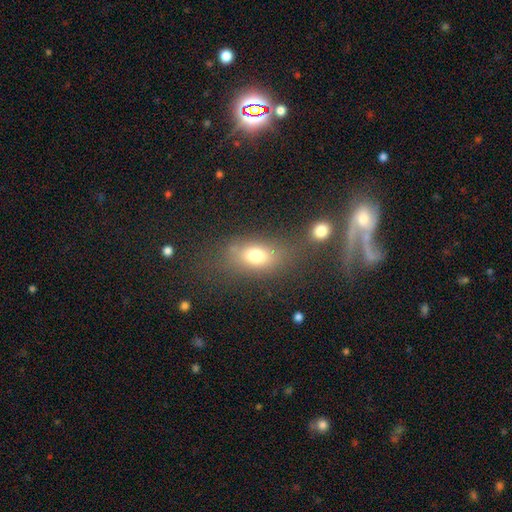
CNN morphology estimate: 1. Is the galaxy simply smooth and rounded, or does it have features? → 73% smooth, 14% featured or disk, 13% star or artifact.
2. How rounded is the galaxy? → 74% in between, 20% round, 5% cigar-shaped.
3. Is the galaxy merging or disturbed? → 58% none, 17% merger, 15% minor disturbance, 10% major disturbance.